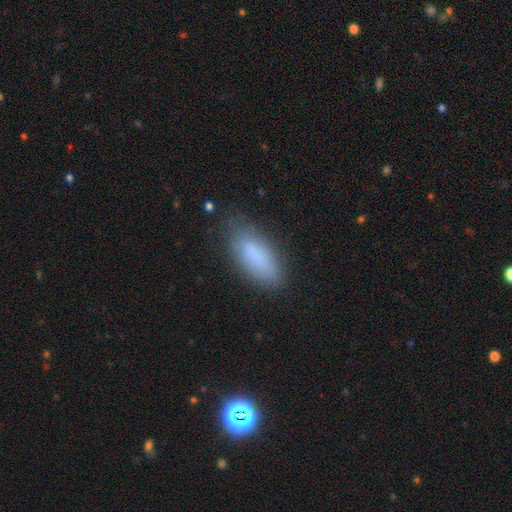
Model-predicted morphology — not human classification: A smooth galaxy with no disk features (83%) that is in between round and cigar-shaped (77%). Merging: none (77%).